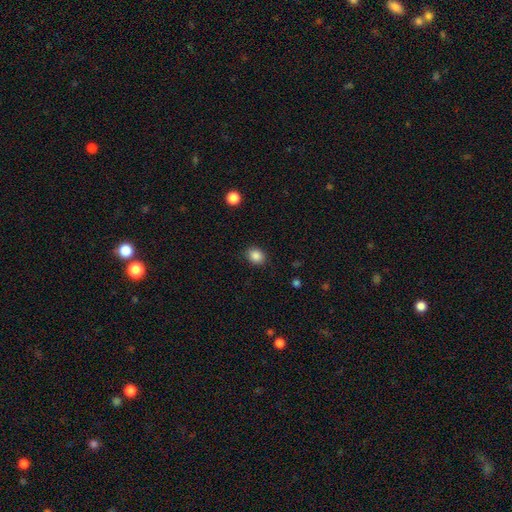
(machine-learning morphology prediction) Smooth or featured?
  - smooth: 86% *
  - star or artifact: 10%
  - featured or disk: 4%
How rounded?
  - round: 61% *
  - in between: 38%
  - cigar-shaped: 1%
Merging?
  - none: 88% *
  - minor disturbance: 8%
  - major disturbance: 3%
  - merger: 1%